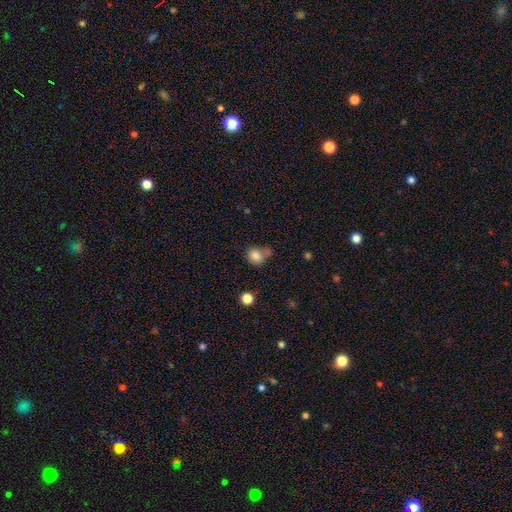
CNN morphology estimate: A smooth galaxy with no disk features (80%) that is round (69%).

Vote fractions:
- Smooth or featured? smooth: 80% / star or artifact: 11% / featured or disk: 9%
- How rounded? round: 69% / in between: 30% / cigar-shaped: 1%
- Merging? none: 48% / merger: 22% / minor disturbance: 22% / major disturbance: 9%